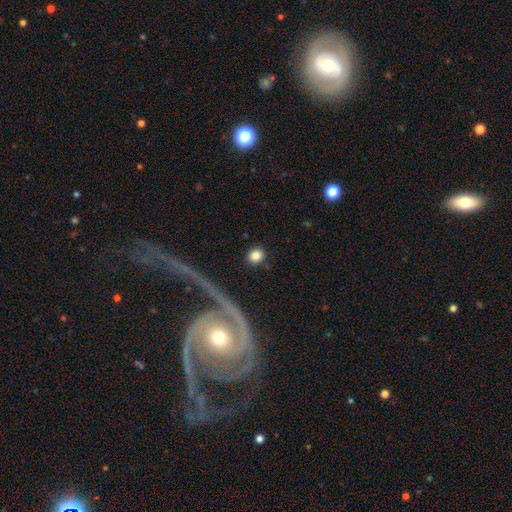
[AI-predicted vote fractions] A smooth galaxy with no disk features (82%) that is round (86%). Merging: none (88%).